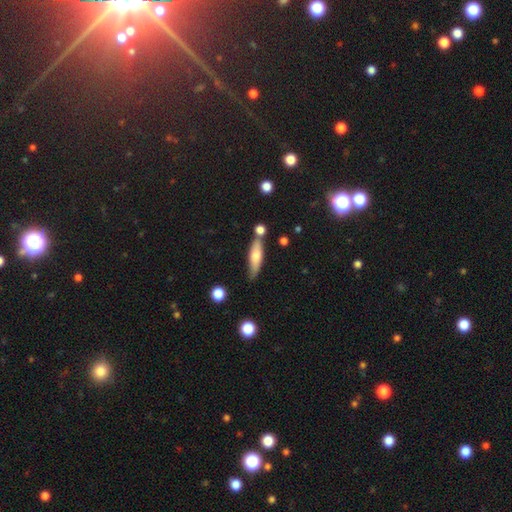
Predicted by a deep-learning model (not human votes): Q: Smooth or featured?
A: smooth (63%); runner-up: featured or disk (30%)
Q: How rounded?
A: cigar-shaped (62%); runner-up: in between (35%)
Q: Merging?
A: none (63%); runner-up: minor disturbance (19%)